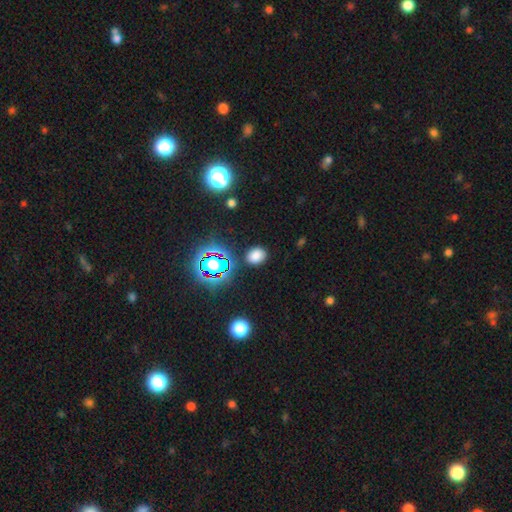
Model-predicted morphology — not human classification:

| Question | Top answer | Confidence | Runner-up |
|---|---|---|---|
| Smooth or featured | smooth | 74% | star or artifact (20%) |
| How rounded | round | 51% | in between (47%) |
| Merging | none | 86% | minor disturbance (9%) |